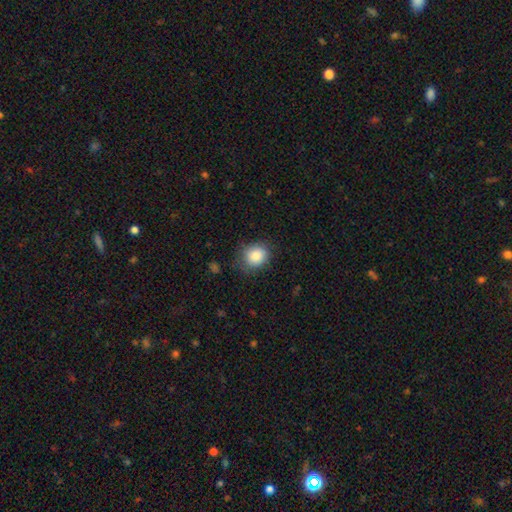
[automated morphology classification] A smooth galaxy with no disk features (85%) that is round (66%). Merging: none (73%).